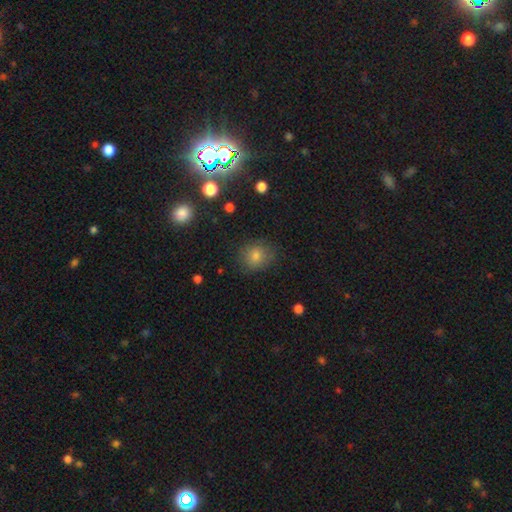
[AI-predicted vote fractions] Smooth or featured: smooth — 70% (star or artifact — 21%)
How rounded: round — 79% (in between — 20%)
Merging: none — 83% (minor disturbance — 12%)